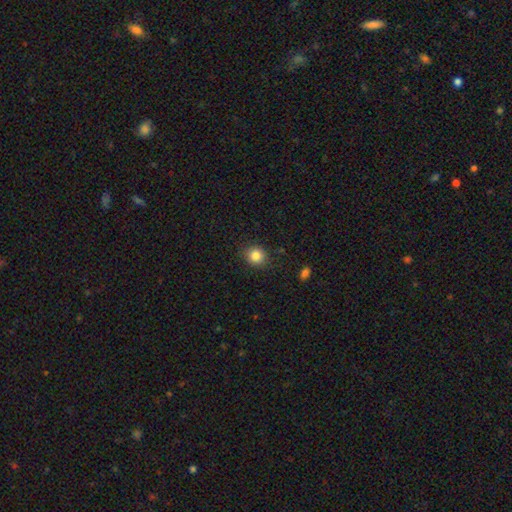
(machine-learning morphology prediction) This appears to be a smooth galaxy with no disk features (84%) that is round (82%). Merging: none (88%).